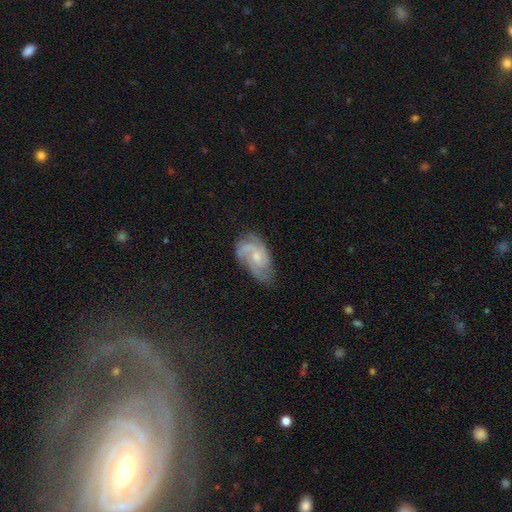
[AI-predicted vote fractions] The model was most divided on "spiral arm count": 2: 40%, 3: 34%, can't tell: 14%, 1: 5%, 4: 4%, more than 4: 3%. Remaining: edge-on disk — no (97%); spiral arms — yes (96%); smooth or featured — featured or disk (80%); merging — none (64%); bar — no (62%); bulge size — small (49%); spiral winding — medium (48%).